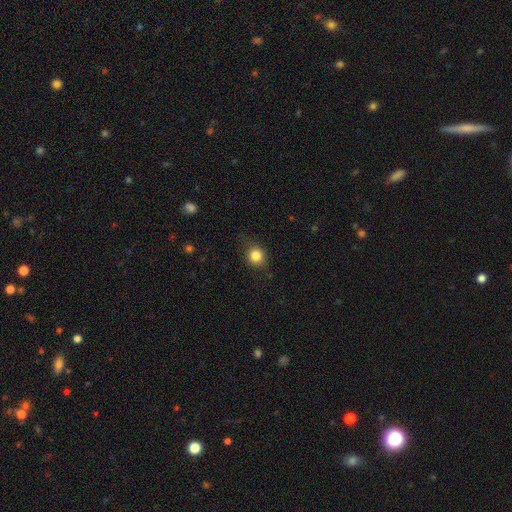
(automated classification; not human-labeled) smooth_or_featured: smooth (p=0.82) [alt: star or artifact p=0.11]
how_rounded: round (p=0.81) [alt: in between p=0.18]
merging: none (p=0.78) [alt: minor disturbance p=0.17]